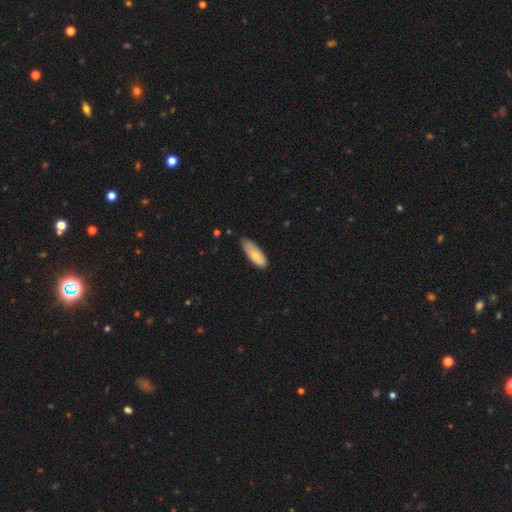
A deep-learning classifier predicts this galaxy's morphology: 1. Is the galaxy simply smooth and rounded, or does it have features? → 75% smooth, 20% featured or disk, 6% star or artifact.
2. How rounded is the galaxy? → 72% in between, 26% cigar-shaped, 2% round.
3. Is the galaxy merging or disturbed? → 58% none, 35% minor disturbance, 5% major disturbance, 2% merger.